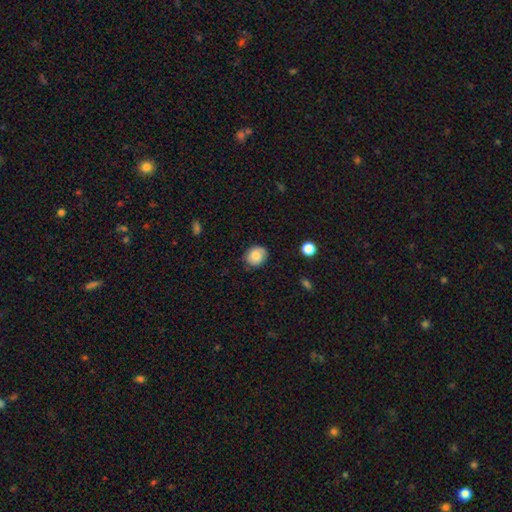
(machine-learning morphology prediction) Smooth or featured? Predicted: smooth (p=0.71). How rounded? Predicted: round (p=0.70). Merging? Predicted: none (p=0.77).